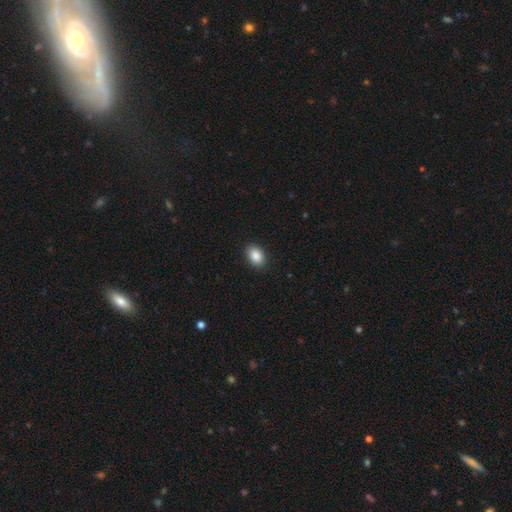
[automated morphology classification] Smooth or featured? smooth (88%)
How rounded? in between (82%)
Merging? none (90%)